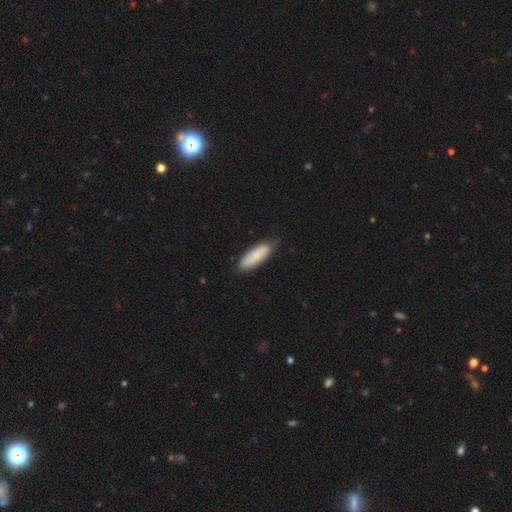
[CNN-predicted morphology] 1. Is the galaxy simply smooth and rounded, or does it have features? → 84% smooth, 10% featured or disk, 6% star or artifact.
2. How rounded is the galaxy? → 56% in between, 42% cigar-shaped, 2% round.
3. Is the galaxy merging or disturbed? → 78% none, 18% minor disturbance, 3% major disturbance, 1% merger.